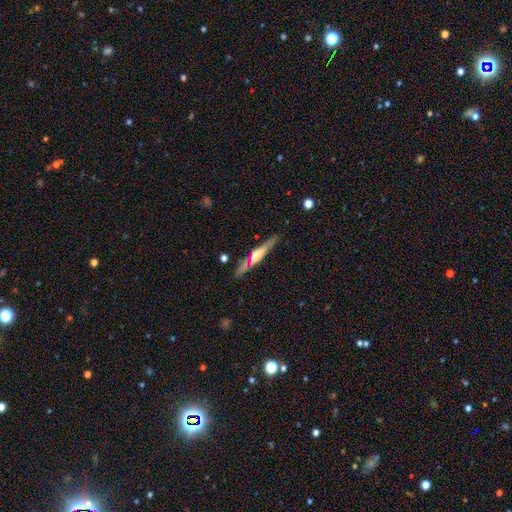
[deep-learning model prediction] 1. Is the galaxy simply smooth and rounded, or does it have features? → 62% featured or disk, 31% smooth, 7% star or artifact.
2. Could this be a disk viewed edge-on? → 96% yes, 4% no.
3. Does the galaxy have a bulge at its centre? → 65% rounded, 21% boxy, 14% none.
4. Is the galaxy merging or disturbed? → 81% none, 12% minor disturbance, 4% merger, 3% major disturbance.